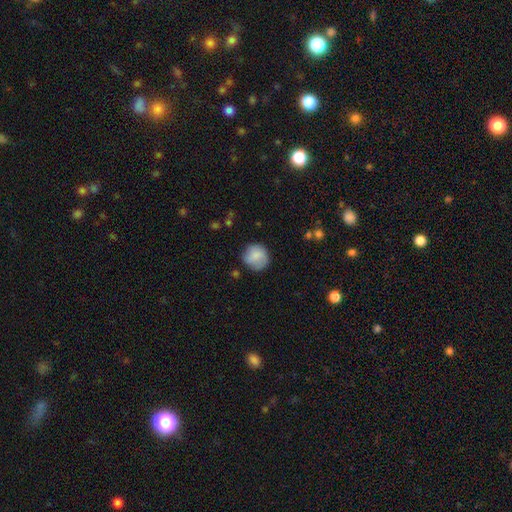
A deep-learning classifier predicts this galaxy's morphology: Q: Smooth or featured?
A: smooth (82%); runner-up: featured or disk (11%)
Q: How rounded?
A: round (91%); runner-up: in between (8%)
Q: Merging?
A: none (75%); runner-up: minor disturbance (18%)